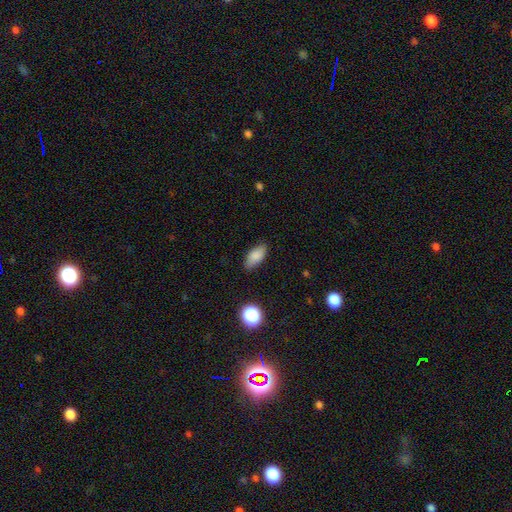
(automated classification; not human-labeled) Overall: smooth (84%). How rounded: in between (86%). Merging: none (82%).